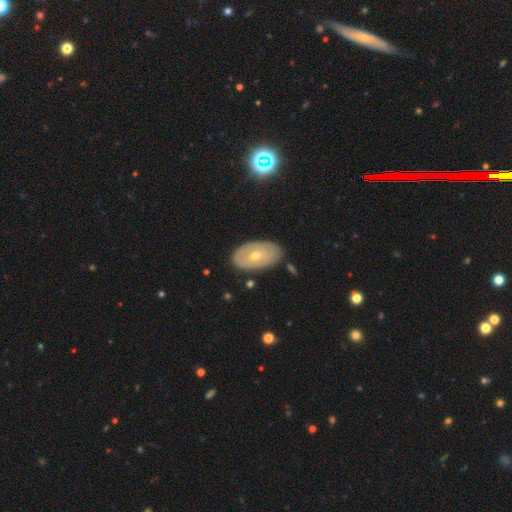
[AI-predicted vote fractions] This is possibly a featured or disk galaxy (50%). Merging: clearly none (81%).